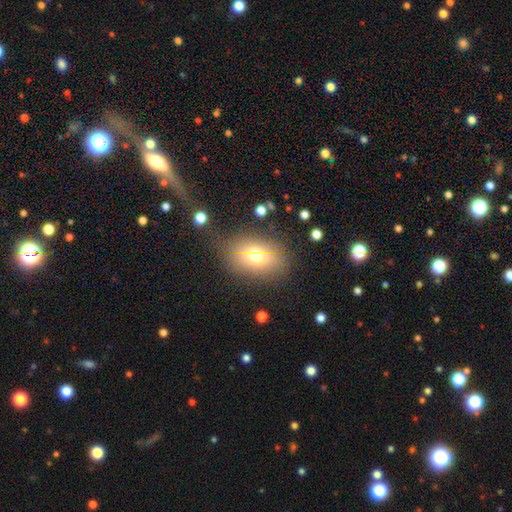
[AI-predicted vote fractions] smooth-or-featured: smooth: 56% | featured or disk: 28% | star or artifact: 17%
  how-rounded: in between: 69% | round: 27% | cigar-shaped: 4%
  merging: none: 78% | minor disturbance: 14% | major disturbance: 6% | merger: 2%